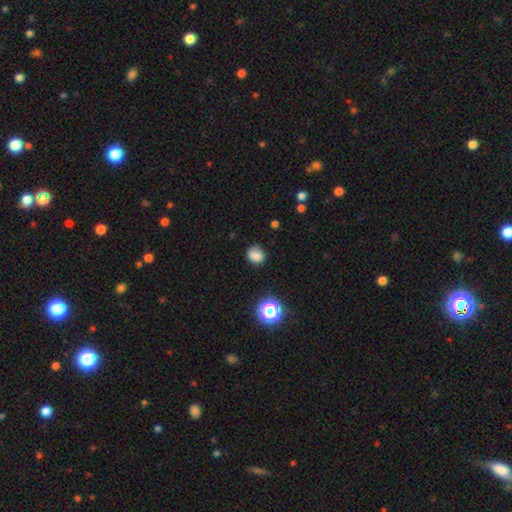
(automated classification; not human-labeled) Overall: smooth (79%). How rounded: round (65%; in between 34%). Merging: none (72%).